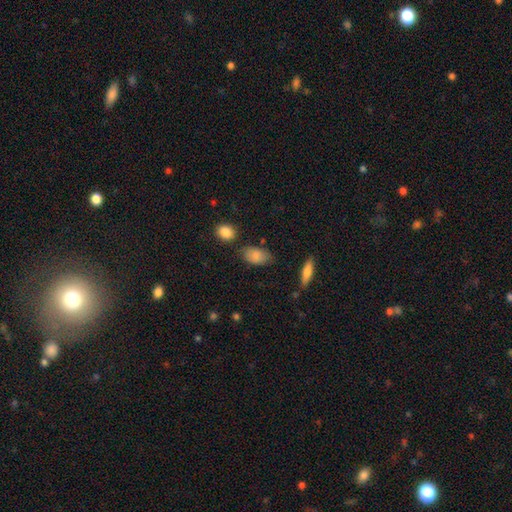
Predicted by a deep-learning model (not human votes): This is clearly a smooth galaxy (83%). How rounded: clearly in between (91%). Merging: likely none (71%).